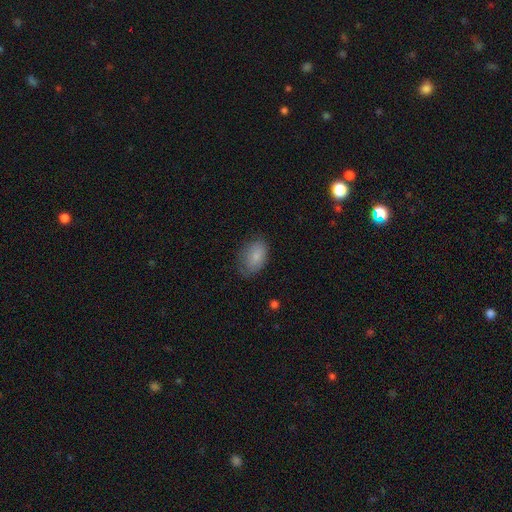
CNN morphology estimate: Smooth or featured? smooth (81%)
How rounded? in between (88%)
Merging? none (65%)